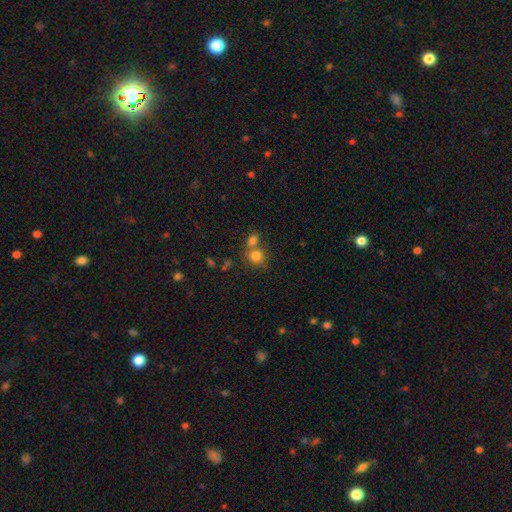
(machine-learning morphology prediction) A smooth galaxy with no disk features (79%) that is round (77%).

Vote fractions:
- Smooth or featured? smooth: 79% / star or artifact: 12% / featured or disk: 9%
- How rounded? round: 77% / in between: 22% / cigar-shaped: 1%
- Merging? none: 48% / merger: 40% / minor disturbance: 8% / major disturbance: 4%